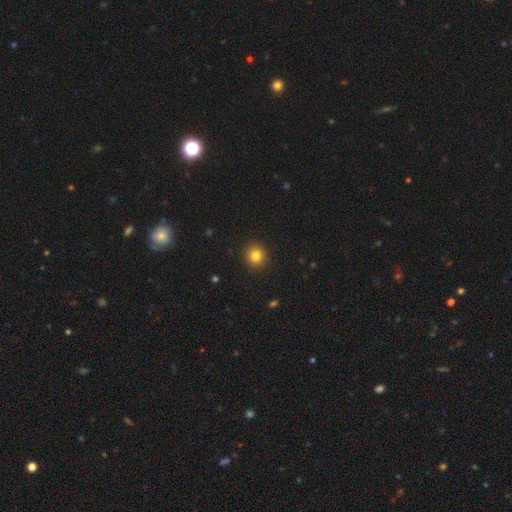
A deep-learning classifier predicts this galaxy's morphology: Overall: smooth (83%). How rounded: round (89%). Merging: none (92%).